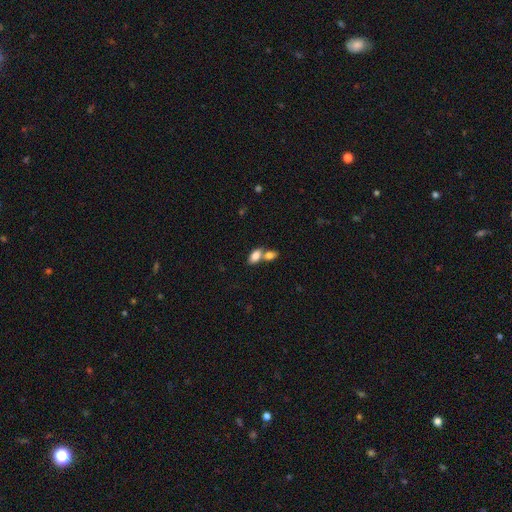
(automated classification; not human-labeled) smooth 83%, featured or disk 9%, star or artifact 8%. Down the decision tree: how rounded — in between (91%); merging — merger (55%).